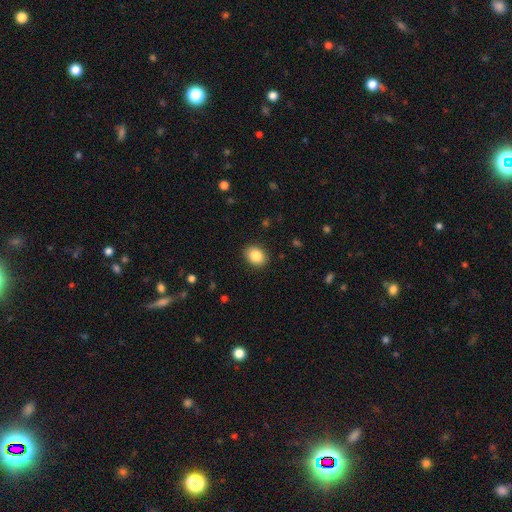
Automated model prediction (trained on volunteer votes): Smooth or featured?
  - smooth: 87% *
  - star or artifact: 8%
  - featured or disk: 5%
How rounded?
  - in between: 52% *
  - round: 47%
  - cigar-shaped: 1%
Merging?
  - none: 90% *
  - minor disturbance: 7%
  - major disturbance: 2%
  - merger: 1%